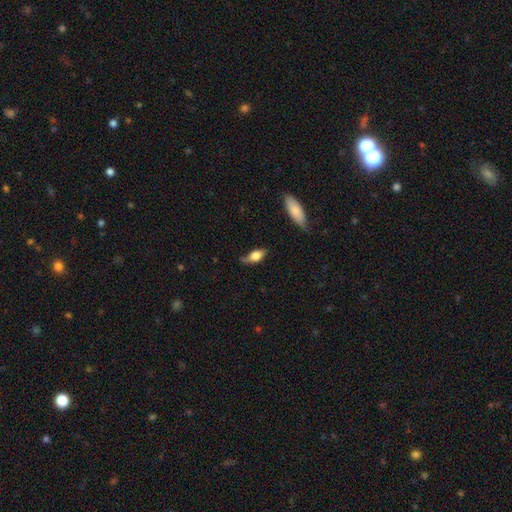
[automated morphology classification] This is likely a smooth galaxy (71%). How rounded: clearly in between (80%). Merging: possibly none (46%).